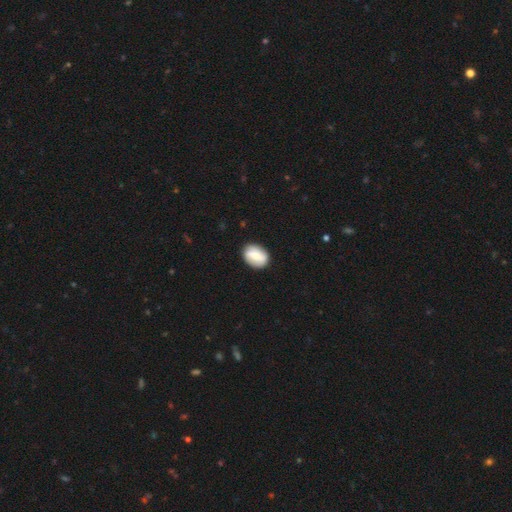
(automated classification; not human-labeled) This is likely a smooth galaxy (60%). How rounded: likely in between (71%). Merging: clearly none (83%).